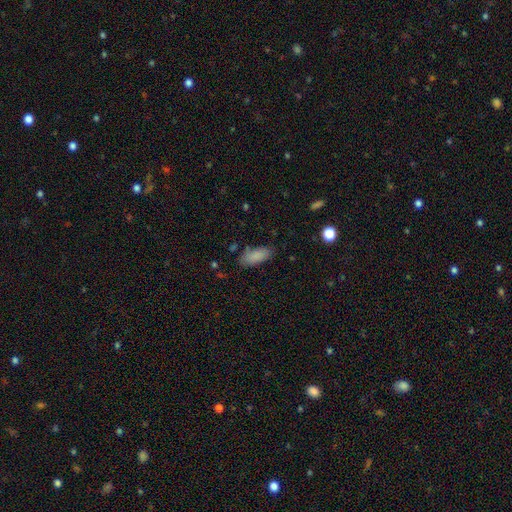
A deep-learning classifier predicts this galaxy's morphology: Q: Smooth or featured?
A: smooth (87%); runner-up: star or artifact (7%)
Q: How rounded?
A: in between (83%); runner-up: cigar-shaped (15%)
Q: Merging?
A: none (77%); runner-up: minor disturbance (17%)